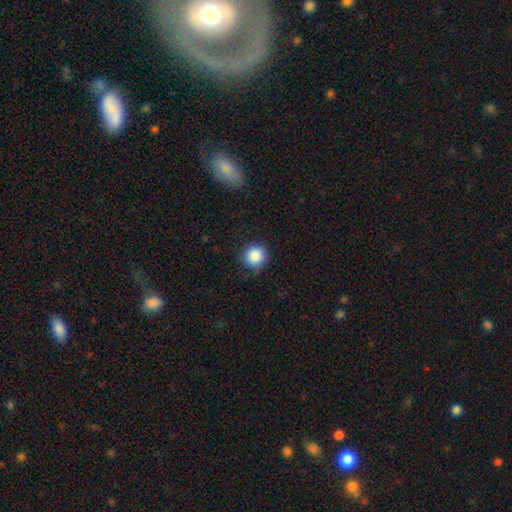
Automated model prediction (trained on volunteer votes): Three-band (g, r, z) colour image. It shows a smooth galaxy with no disk features (87%) that is round (94%). Merging: none (85%).